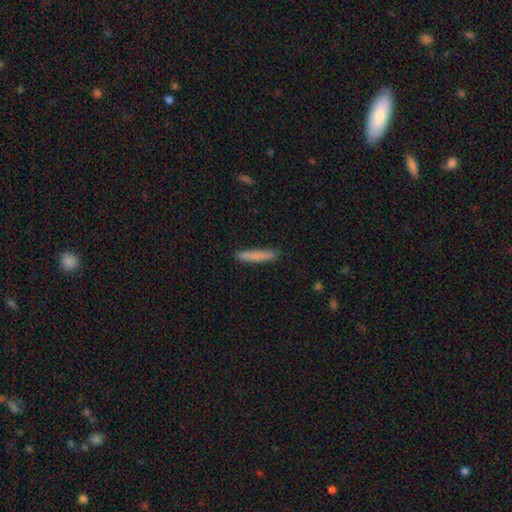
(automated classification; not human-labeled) Overall: smooth (81%). How rounded: cigar-shaped (94%). Merging: none (87%).